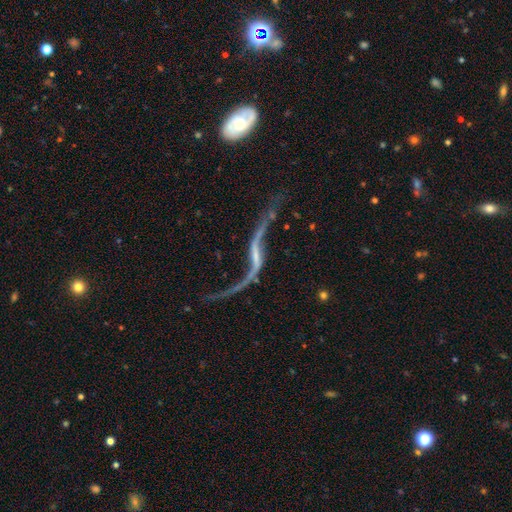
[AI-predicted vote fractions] smooth-or-featured: featured or disk: 89% | star or artifact: 7% | smooth: 4%
  disk-edge-on: no: 87% | yes: 13%
    bar: strong: 40% | weak: 34% | no: 26%
    has-spiral-arms: yes: 93% | no: 7%
      spiral-winding: loose: 96% | medium: 3% | tight: 1%
      spiral-arm-count: 2: 91% | 1: 5% | can't tell: 1% | 3: 1% | 4: 1% | more than 4: 1%
    bulge-size: small: 43% | none: 42% | moderate: 11% | large: 2% | dominant: 2%
  merging: none: 50% | major disturbance: 23% | minor disturbance: 16% | merger: 10%